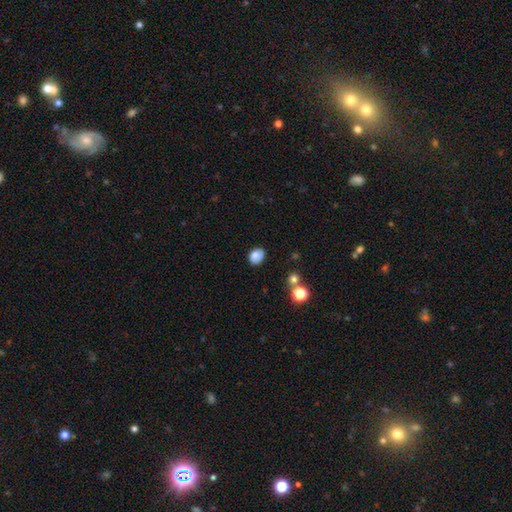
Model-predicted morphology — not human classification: Smooth or featured? smooth (81%)
How rounded? in between (56%)
Merging? none (77%)